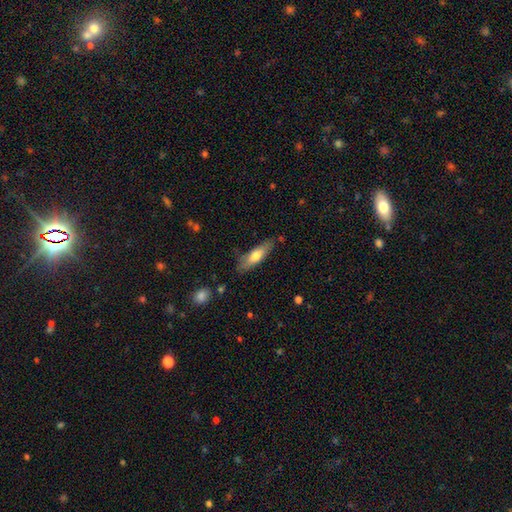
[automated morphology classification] smooth 64%, featured or disk 30%, star or artifact 6%. Down the decision tree: how rounded — cigar-shaped (54%); merging — none (76%).